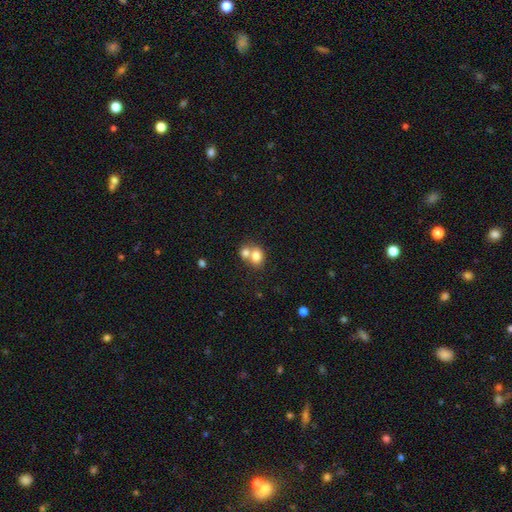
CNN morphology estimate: smooth 77%, featured or disk 13%, star or artifact 10%. Down the decision tree: how rounded — round (55%); merging — merger (58%).